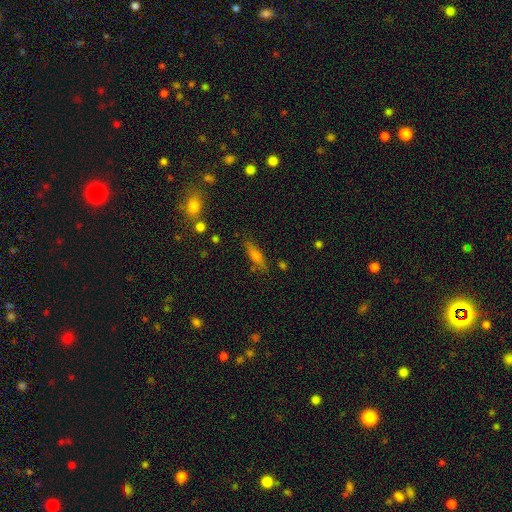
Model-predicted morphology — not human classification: This is possibly a smooth galaxy (60%). How rounded: likely cigar-shaped (63%). Merging: likely none (79%).